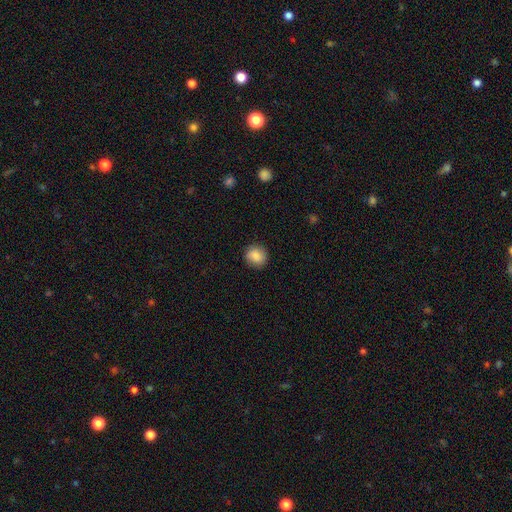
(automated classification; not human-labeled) A smooth galaxy with no disk features (85%) that is round (84%).

Vote fractions:
- Smooth or featured? smooth: 85% / star or artifact: 8% / featured or disk: 7%
- How rounded? round: 84% / in between: 15% / cigar-shaped: 1%
- Merging? none: 87% / minor disturbance: 10% / major disturbance: 2% / merger: 1%